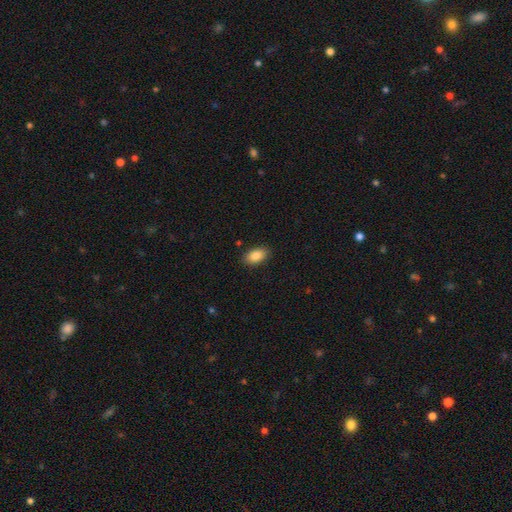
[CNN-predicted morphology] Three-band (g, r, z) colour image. It shows a smooth galaxy with no disk features (87%) that is in between round and cigar-shaped (92%). Merging: none (88%).